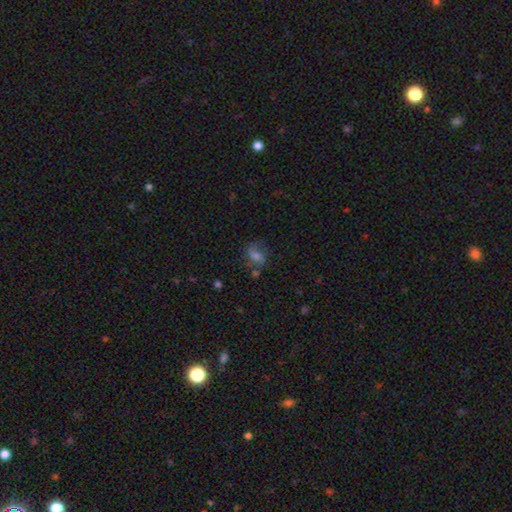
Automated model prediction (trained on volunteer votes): Smooth or featured?
  - smooth: 52% *
  - featured or disk: 30%
  - star or artifact: 19%
How rounded?
  - in between: 65% *
  - round: 32%
  - cigar-shaped: 3%
Merging?
  - none: 56% *
  - minor disturbance: 23%
  - major disturbance: 14%
  - merger: 8%